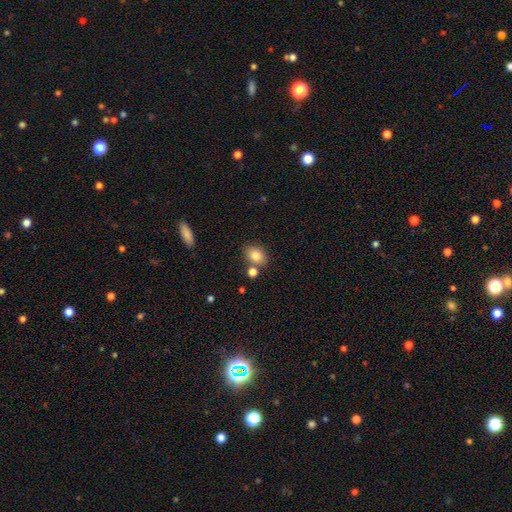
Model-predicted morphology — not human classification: Smooth or featured: smooth — 82% (star or artifact — 9%)
How rounded: in between — 67% (round — 32%)
Merging: none — 73% (merger — 12%)